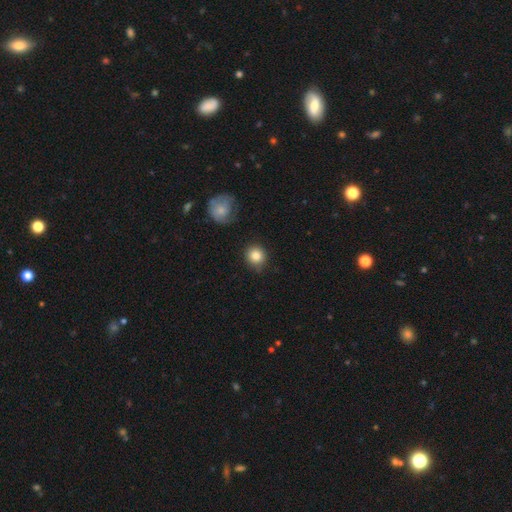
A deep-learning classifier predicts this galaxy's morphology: This appears to be a smooth galaxy with no disk features (85%) that is round (88%). Merging: none (82%).